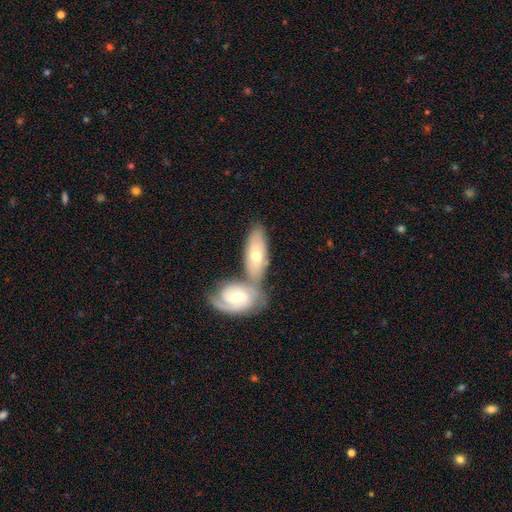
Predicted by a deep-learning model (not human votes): A featured or disk galaxy (54%). Merging: merger (45%).